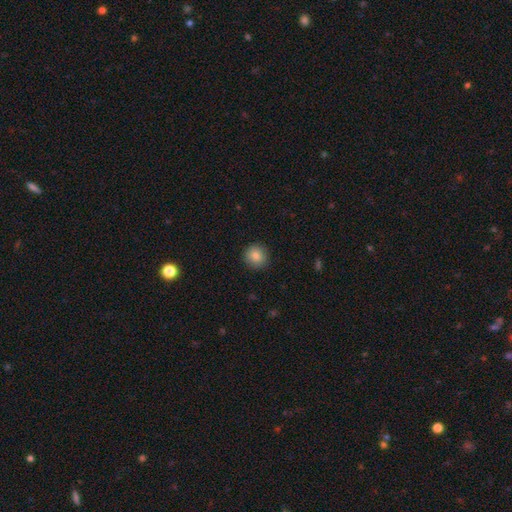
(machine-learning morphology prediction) This appears to be a smooth galaxy with no disk features (84%) that is round (93%). Merging: none (90%).